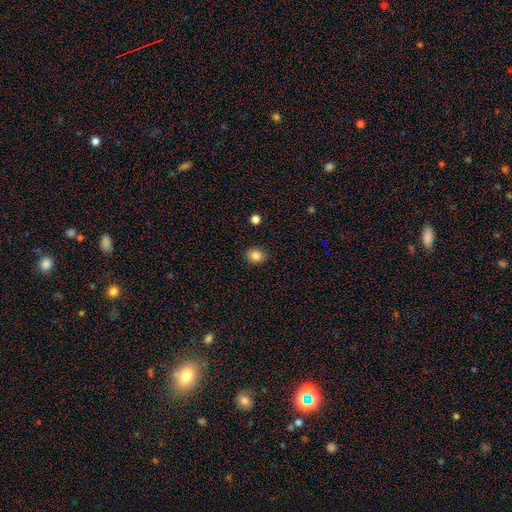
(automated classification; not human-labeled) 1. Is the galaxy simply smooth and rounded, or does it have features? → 84% smooth, 10% star or artifact, 6% featured or disk.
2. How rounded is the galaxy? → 59% round, 40% in between, 1% cigar-shaped.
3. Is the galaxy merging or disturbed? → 90% none, 7% minor disturbance, 2% major disturbance, 1% merger.